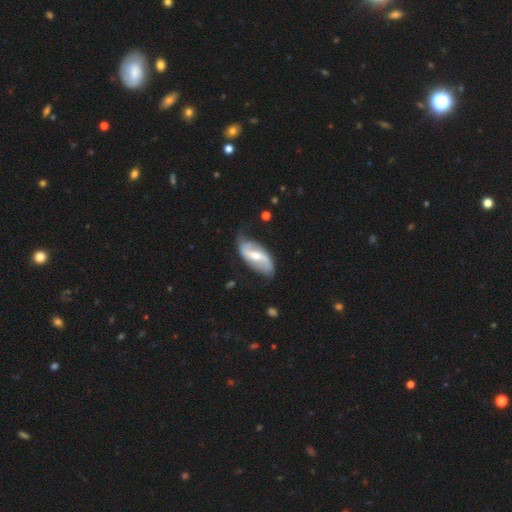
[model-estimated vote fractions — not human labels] Smooth or featured?
  - featured or disk: 81% *
  - smooth: 15%
  - star or artifact: 5%
Edge-on disk?
  - no: 94% *
  - yes: 6%
Bar?
  - strong: 43% *
  - weak: 41%
  - no: 17%
Spiral arms?
  - yes: 90% *
  - no: 10%
Spiral winding?
  - loose: 67% *
  - medium: 23%
  - tight: 10%
Spiral arm count?
  - 2: 90% *
  - can't tell: 5%
  - 1: 2%
  - 3: 1%
  - 4: 1%
  - more than 4: 1%
Bulge size?
  - moderate: 59% *
  - small: 34%
  - large: 4%
  - none: 2%
  - dominant: 1%
Merging?
  - none: 67% *
  - minor disturbance: 24%
  - major disturbance: 7%
  - merger: 2%